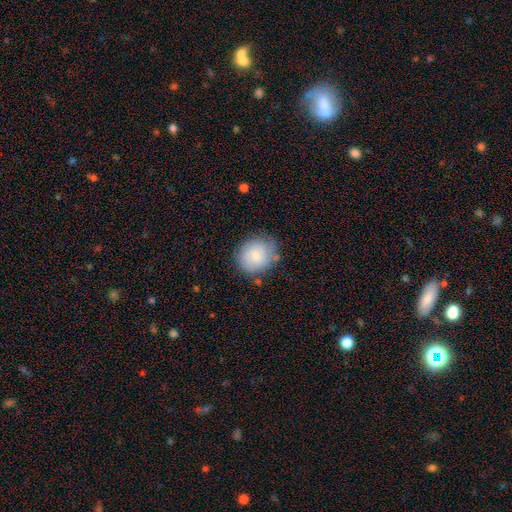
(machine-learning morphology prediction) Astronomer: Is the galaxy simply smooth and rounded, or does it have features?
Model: smooth — 76%.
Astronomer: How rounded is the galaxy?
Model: round — 78%.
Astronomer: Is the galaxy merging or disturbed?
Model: none — 71%.